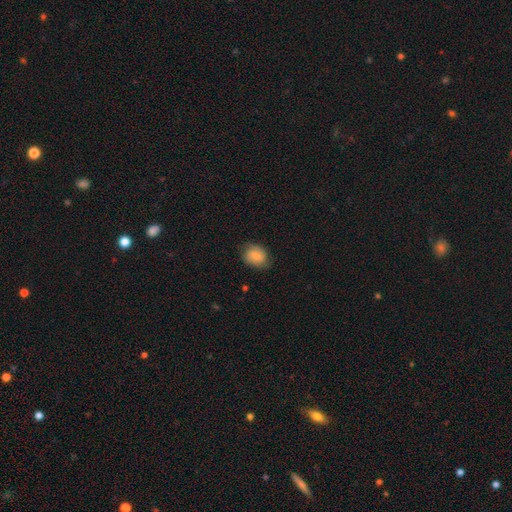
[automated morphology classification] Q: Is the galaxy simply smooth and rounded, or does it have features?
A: smooth — 79%.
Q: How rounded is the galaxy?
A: in between — 59%.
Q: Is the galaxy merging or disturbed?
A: none — 74%.